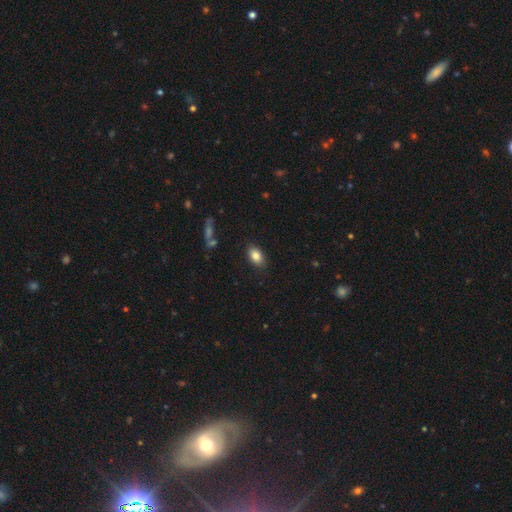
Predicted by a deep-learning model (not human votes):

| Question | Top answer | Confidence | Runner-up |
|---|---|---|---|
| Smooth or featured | smooth | 84% | star or artifact (8%) |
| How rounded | in between | 88% | round (10%) |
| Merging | none | 85% | minor disturbance (11%) |